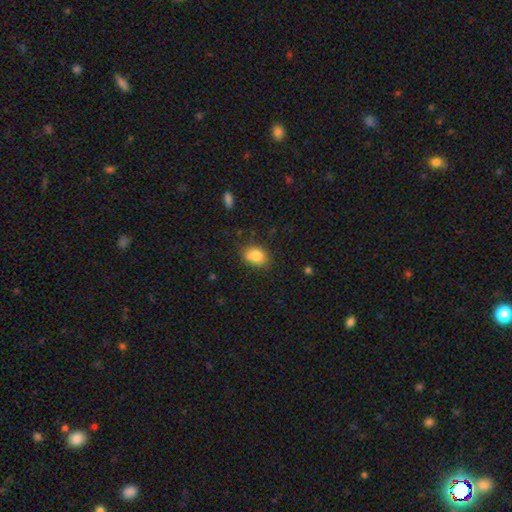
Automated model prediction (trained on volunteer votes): Smooth or featured?
  - smooth: 83% *
  - star or artifact: 9%
  - featured or disk: 7%
How rounded?
  - in between: 67% *
  - round: 31%
  - cigar-shaped: 1%
Merging?
  - none: 67% *
  - minor disturbance: 23%
  - major disturbance: 5%
  - merger: 4%